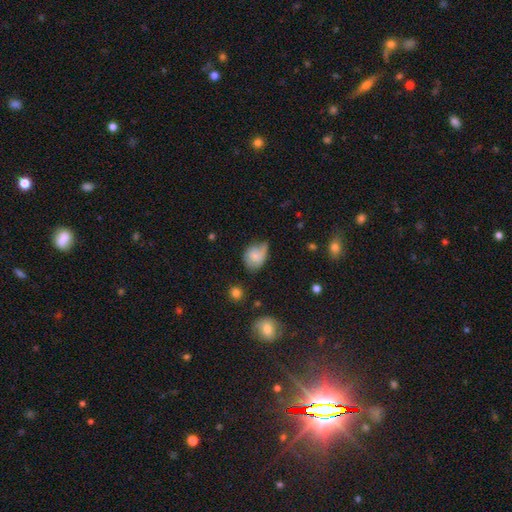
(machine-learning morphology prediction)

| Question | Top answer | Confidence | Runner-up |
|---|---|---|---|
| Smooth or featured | smooth | 68% | featured or disk (23%) |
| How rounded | in between | 62% | round (36%) |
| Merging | minor disturbance | 44% | none (37%) |